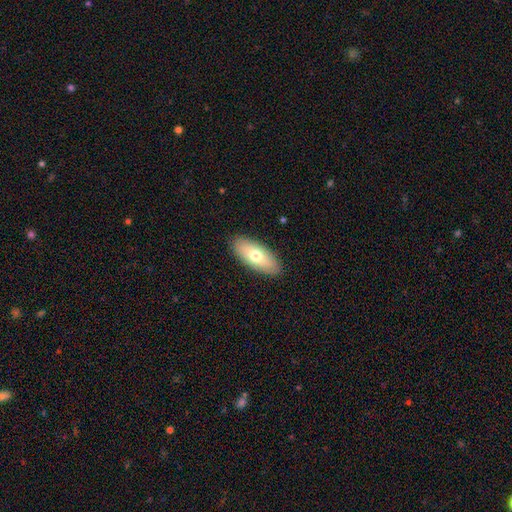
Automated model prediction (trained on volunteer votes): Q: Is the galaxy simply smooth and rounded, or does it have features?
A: smooth — 69%.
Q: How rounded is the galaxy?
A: in between — 83%.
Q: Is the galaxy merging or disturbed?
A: none — 89%.